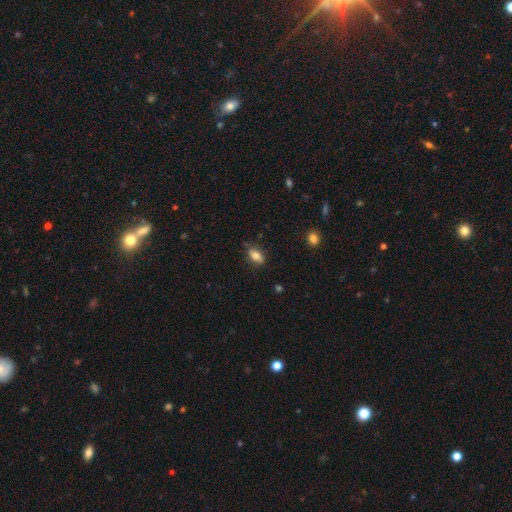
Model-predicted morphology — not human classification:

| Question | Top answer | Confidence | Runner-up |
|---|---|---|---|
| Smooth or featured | smooth | 75% | featured or disk (17%) |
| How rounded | in between | 85% | cigar-shaped (9%) |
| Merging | none | 78% | minor disturbance (16%) |